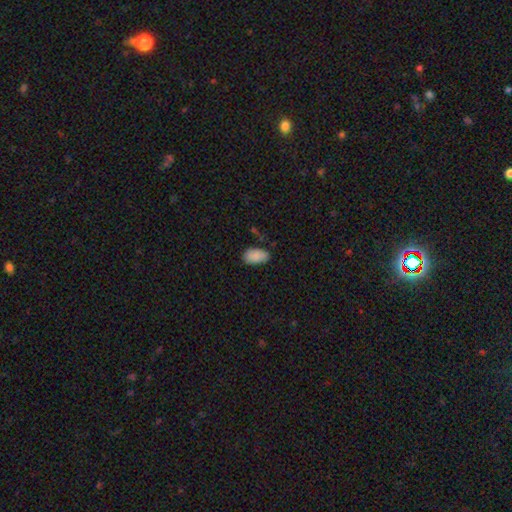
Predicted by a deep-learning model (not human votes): Smooth or featured: smooth — 89% (star or artifact — 7%)
How rounded: in between — 94% (round — 4%)
Merging: none — 74% (minor disturbance — 20%)